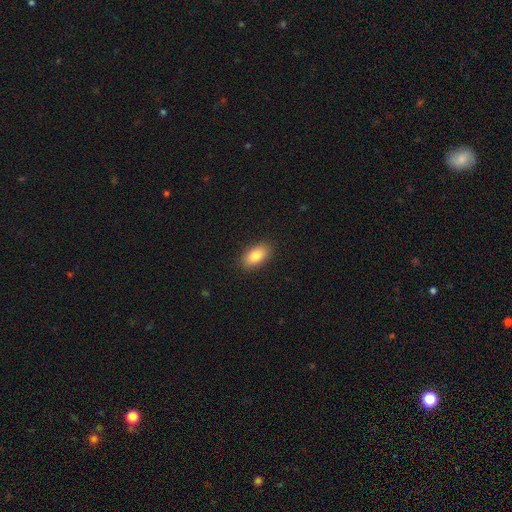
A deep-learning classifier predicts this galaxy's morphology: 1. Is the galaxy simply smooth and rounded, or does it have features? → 83% smooth, 9% featured or disk, 7% star or artifact.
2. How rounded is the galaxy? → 91% in between, 5% round, 4% cigar-shaped.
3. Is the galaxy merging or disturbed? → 89% none, 8% minor disturbance, 2% major disturbance, 1% merger.